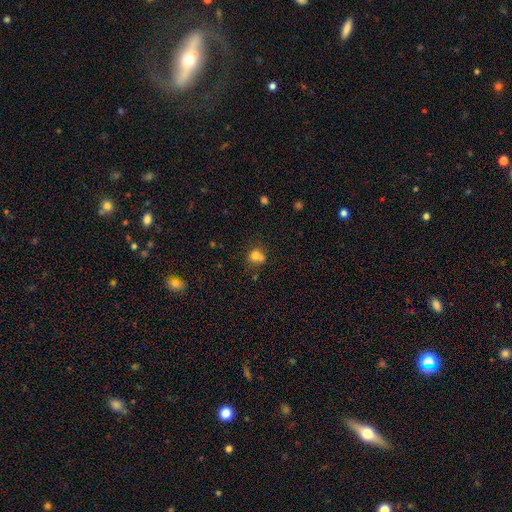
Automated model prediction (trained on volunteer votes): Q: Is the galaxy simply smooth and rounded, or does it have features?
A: smooth — 74%.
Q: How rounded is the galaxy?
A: round — 72%.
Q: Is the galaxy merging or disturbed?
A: none — 46%.